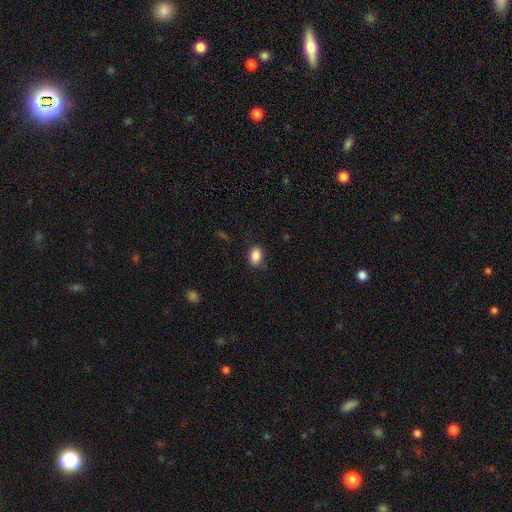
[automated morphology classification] type=smooth (87%); roundness=in between (79%); merging=none (82%).